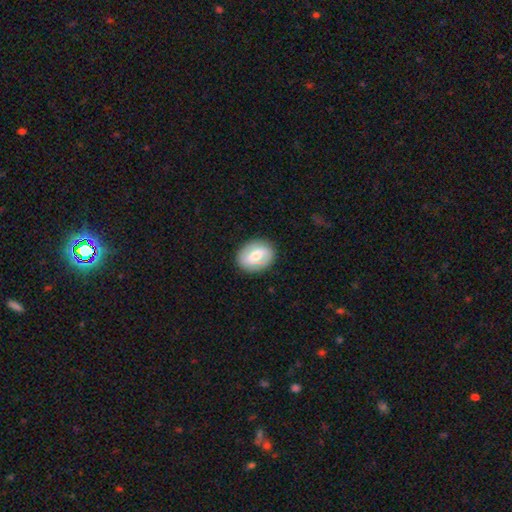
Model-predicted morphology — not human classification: Overall: smooth (54%; featured or disk 40%). How rounded: in between (66%; round 33%). Merging: none (86%).